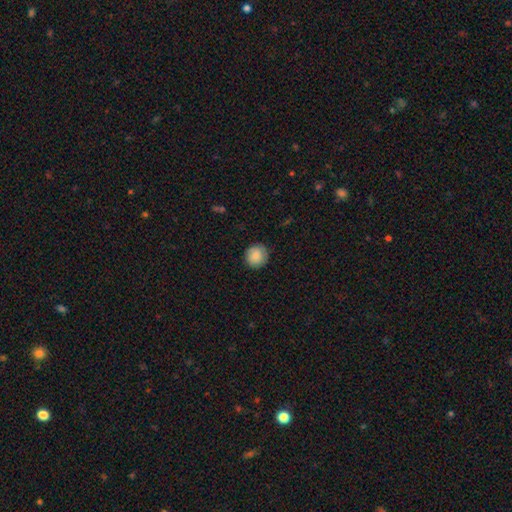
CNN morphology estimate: The model was most divided on "smooth or featured": smooth: 84%, featured or disk: 8%, star or artifact: 8%. More confident: how rounded — round (91%); merging — none (87%).